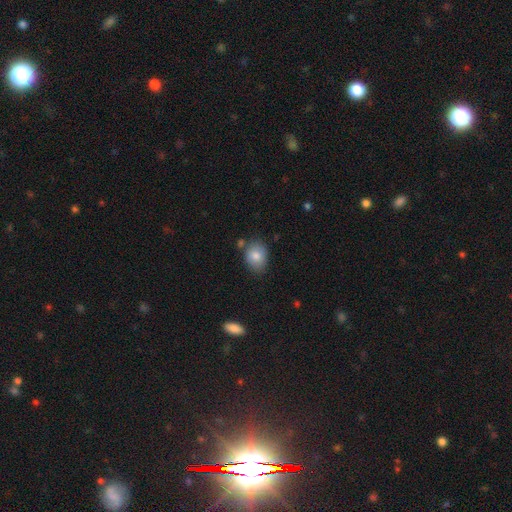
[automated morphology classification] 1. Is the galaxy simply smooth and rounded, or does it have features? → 81% smooth, 11% featured or disk, 8% star or artifact.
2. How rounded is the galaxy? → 61% in between, 38% round, 1% cigar-shaped.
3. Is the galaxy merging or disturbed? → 72% none, 18% minor disturbance, 6% merger, 3% major disturbance.